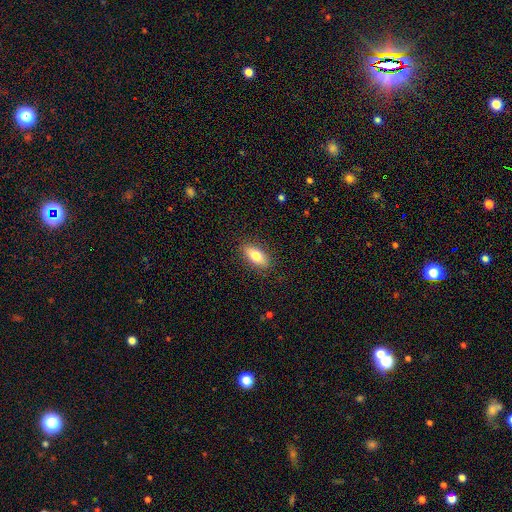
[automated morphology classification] Smooth or featured: smooth — 76% (featured or disk — 17%)
How rounded: in between — 81% (cigar-shaped — 16%)
Merging: none — 88% (minor disturbance — 9%)